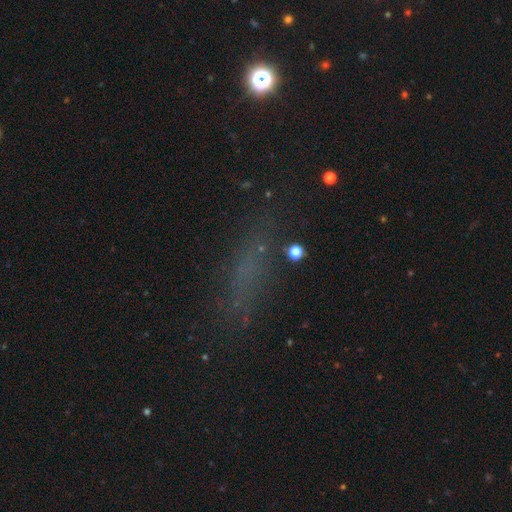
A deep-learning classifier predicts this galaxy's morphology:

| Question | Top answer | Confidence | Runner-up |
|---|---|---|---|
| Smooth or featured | smooth | 50% | star or artifact (30%) |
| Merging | none | 71% | minor disturbance (16%) |